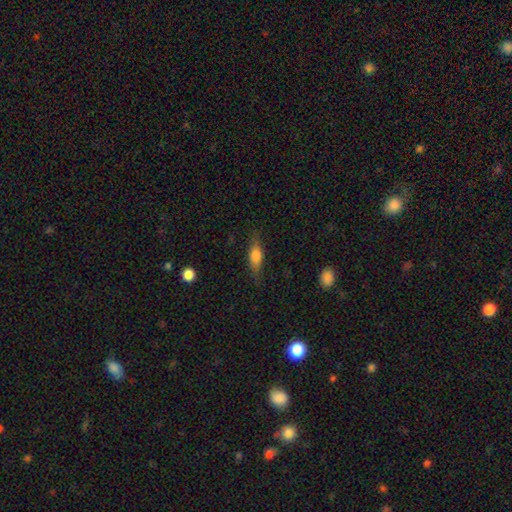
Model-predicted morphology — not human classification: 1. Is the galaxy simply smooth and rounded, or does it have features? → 65% smooth, 28% featured or disk, 8% star or artifact.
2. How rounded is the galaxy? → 55% in between, 40% cigar-shaped, 5% round.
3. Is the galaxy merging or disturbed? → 78% none, 16% minor disturbance, 5% major disturbance, 1% merger.